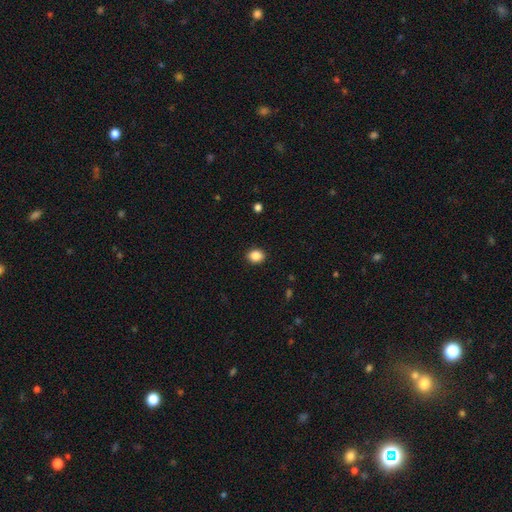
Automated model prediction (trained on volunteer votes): A smooth galaxy with no disk features (87%) that is round (57%).

Vote fractions:
- Smooth or featured? smooth: 87% / star or artifact: 9% / featured or disk: 3%
- How rounded? round: 57% / in between: 42% / cigar-shaped: 1%
- Merging? none: 91% / minor disturbance: 6% / major disturbance: 2% / merger: 1%